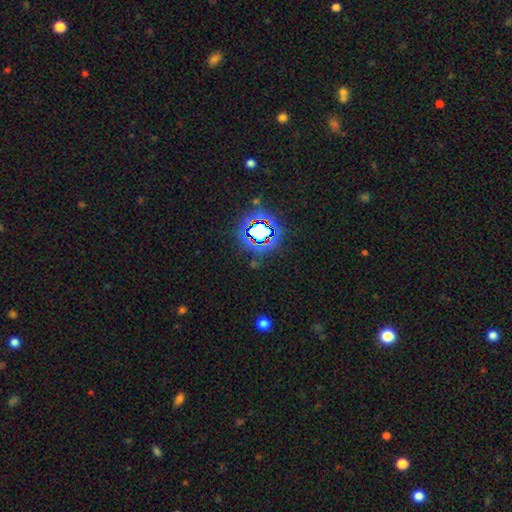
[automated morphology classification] This is likely a star or artifact rather than a galaxy (78%).